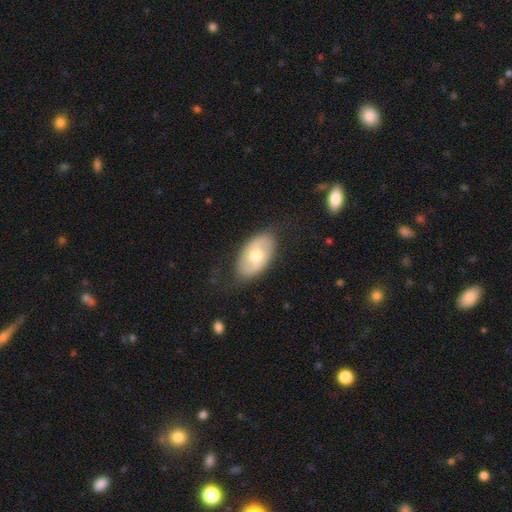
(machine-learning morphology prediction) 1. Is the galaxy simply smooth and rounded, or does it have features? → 57% smooth, 38% featured or disk, 5% star or artifact.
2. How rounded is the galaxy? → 93% in between, 6% round, 2% cigar-shaped.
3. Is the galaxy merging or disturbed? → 79% none, 15% minor disturbance, 5% major disturbance, 1% merger.